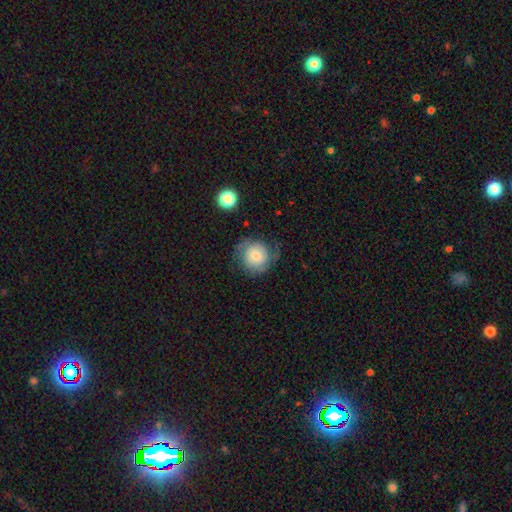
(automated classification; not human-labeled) Morphology: type=featured or disk (52%); edge-on=no (97%); bar=no (76%); spiral arms=yes (88%); bulge=small (41%); merging=none (65%).